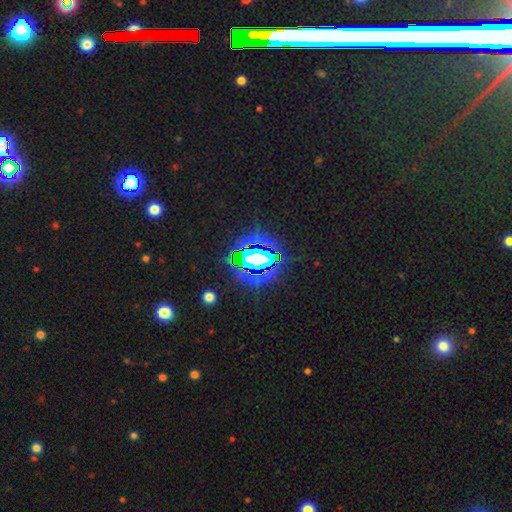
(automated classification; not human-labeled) Q: Smooth or featured?
A: star or artifact (78%); runner-up: smooth (12%)